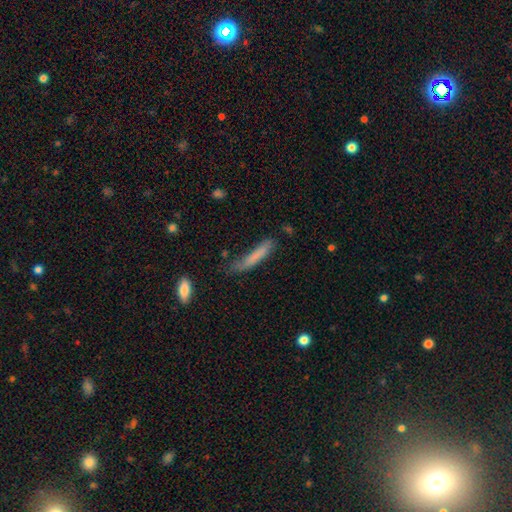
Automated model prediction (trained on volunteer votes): The model was most divided on "merging": none: 54%, minor disturbance: 29%, major disturbance: 13%, merger: 4%. More confident: how rounded — cigar-shaped (91%); smooth or featured — smooth (75%).